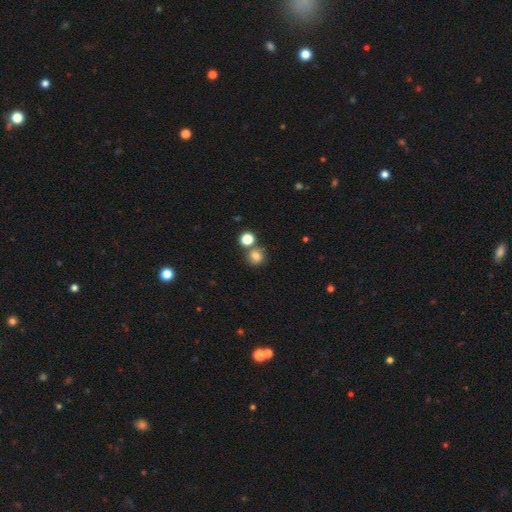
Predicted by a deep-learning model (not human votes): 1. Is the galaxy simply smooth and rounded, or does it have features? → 79% smooth, 14% star or artifact, 7% featured or disk.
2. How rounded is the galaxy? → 87% round, 13% in between, 1% cigar-shaped.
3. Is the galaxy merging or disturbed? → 67% none, 20% merger, 10% minor disturbance, 3% major disturbance.